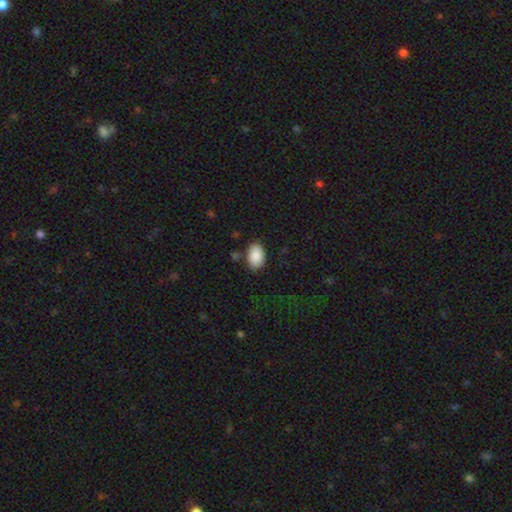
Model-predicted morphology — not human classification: Smooth or featured: smooth — 89% (star or artifact — 7%)
How rounded: in between — 91% (round — 8%)
Merging: none — 81% (minor disturbance — 13%)